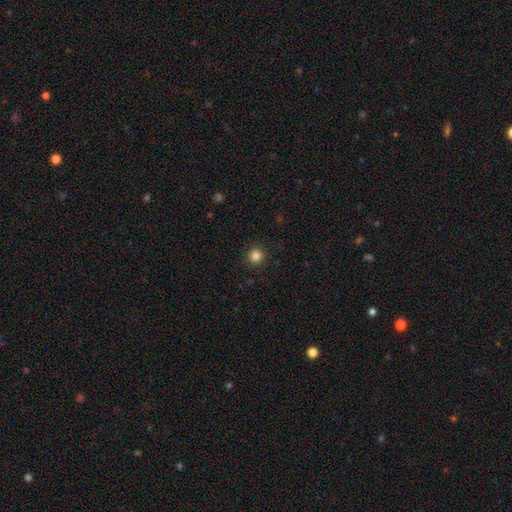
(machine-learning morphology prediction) A smooth galaxy with no disk features (84%) that is round (94%).

Vote fractions:
- Smooth or featured? smooth: 84% / star or artifact: 12% / featured or disk: 4%
- How rounded? round: 94% / in between: 5% / cigar-shaped: 1%
- Merging? none: 92% / minor disturbance: 5% / major disturbance: 2% / merger: 1%